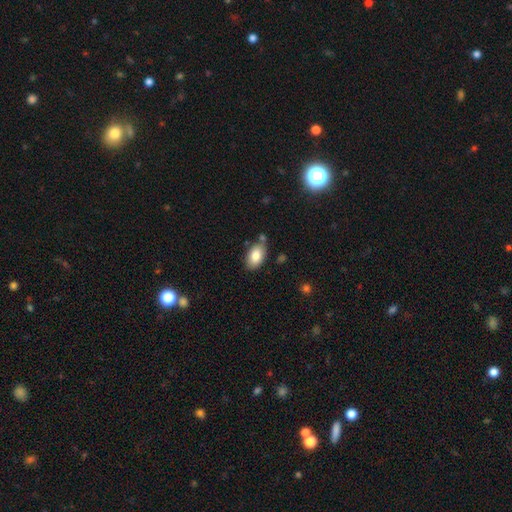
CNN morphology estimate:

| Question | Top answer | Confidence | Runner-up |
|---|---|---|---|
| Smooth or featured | smooth | 82% | featured or disk (11%) |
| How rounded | in between | 93% | round (6%) |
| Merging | none | 73% | minor disturbance (16%) |